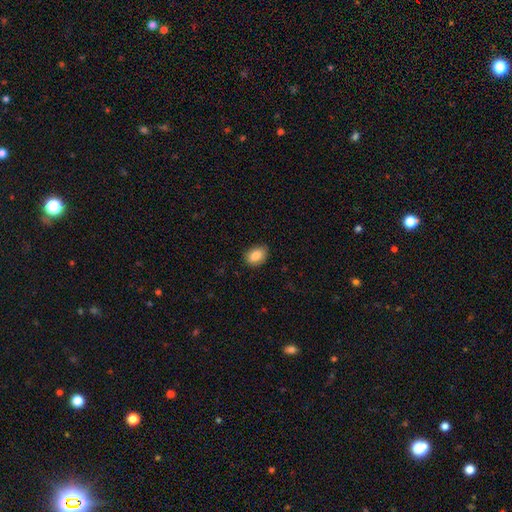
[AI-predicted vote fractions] This appears to be a smooth galaxy with no disk features (87%) that is in between round and cigar-shaped (74%). Merging: none (84%).